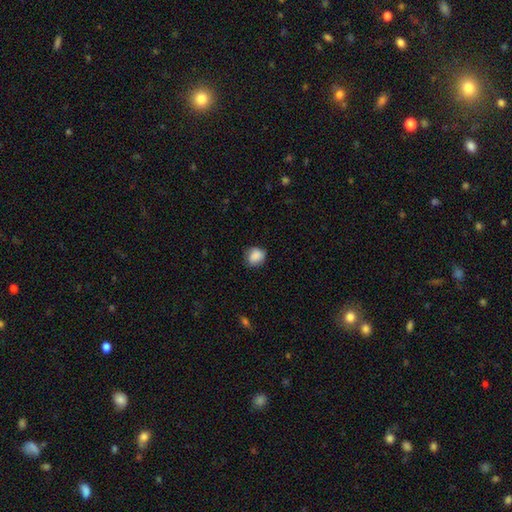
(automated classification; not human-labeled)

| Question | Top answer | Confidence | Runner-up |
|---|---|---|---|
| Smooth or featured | smooth | 86% | star or artifact (8%) |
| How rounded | round | 68% | in between (31%) |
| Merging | none | 72% | minor disturbance (22%) |